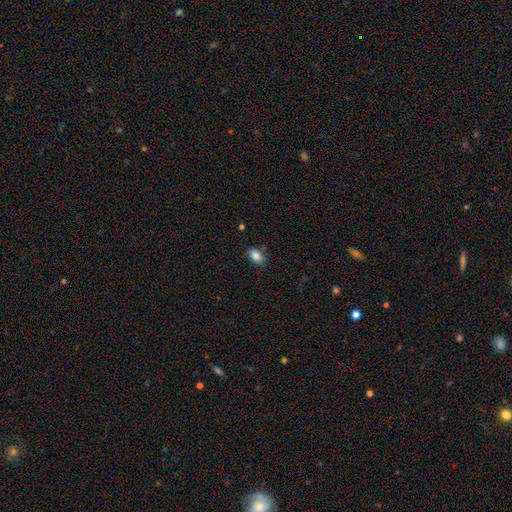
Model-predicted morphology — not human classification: The model was most divided on "merging": none: 80%, minor disturbance: 15%, major disturbance: 3%, merger: 1%. More confident: how rounded — in between (89%); smooth or featured — smooth (87%).